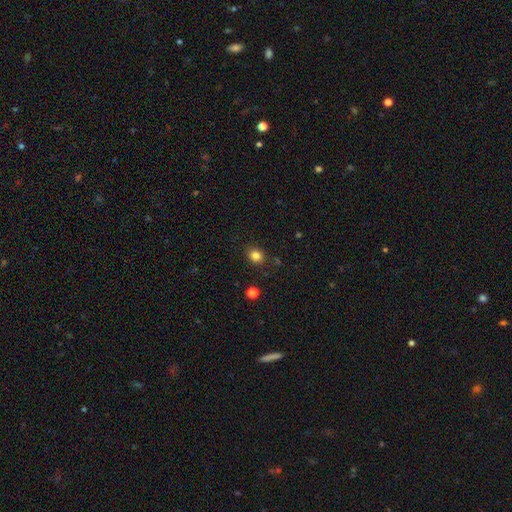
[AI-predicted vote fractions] Smooth or featured: smooth — 82% (star or artifact — 13%)
How rounded: round — 68% (in between — 31%)
Merging: none — 86% (minor disturbance — 9%)